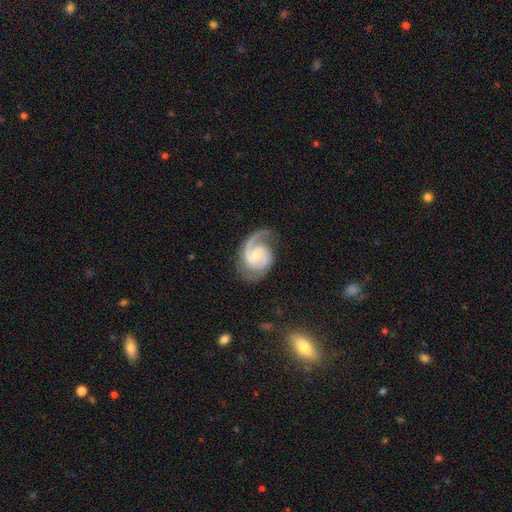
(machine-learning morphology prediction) This appears to be a featured or disk galaxy (90%) with no bar (48%), 2 (76%) medium (54%) spiral arms (98%) and a small central bulge (58%). Merging: none (68%).